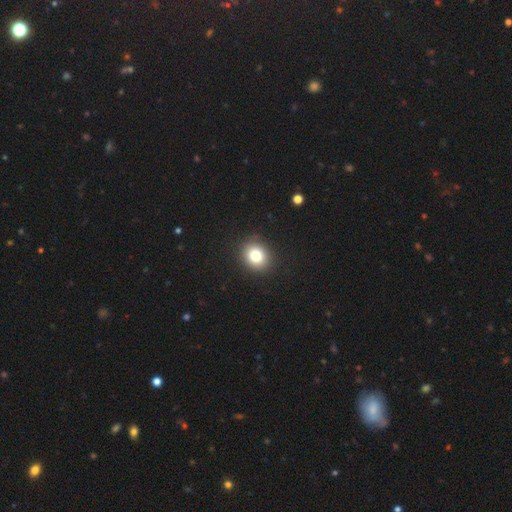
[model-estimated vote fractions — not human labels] smooth 79%, star or artifact 12%, featured or disk 9%. Down the decision tree: how rounded — round (75%); merging — none (91%).